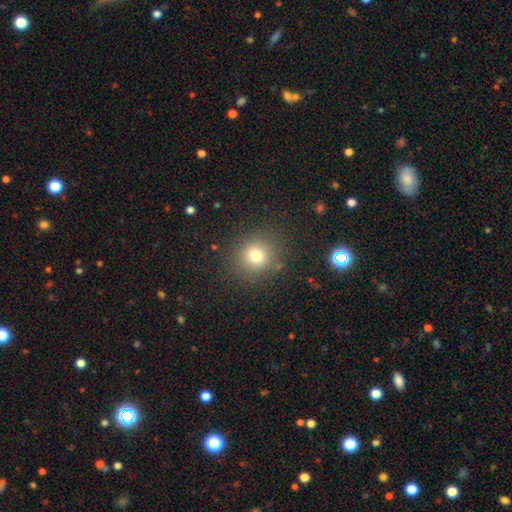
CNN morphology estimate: A smooth galaxy with no disk features (75%) that is round (87%).

Vote fractions:
- Smooth or featured? smooth: 75% / star or artifact: 15% / featured or disk: 9%
- How rounded? round: 87% / in between: 12% / cigar-shaped: 1%
- Merging? none: 86% / minor disturbance: 9% / major disturbance: 4% / merger: 2%